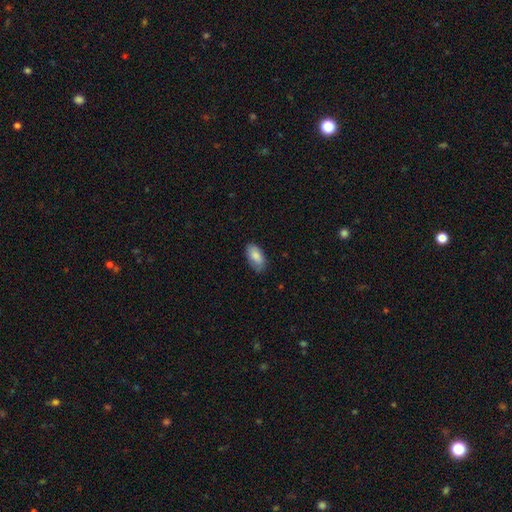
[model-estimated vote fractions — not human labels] Morphology: type=smooth (85%); roundness=in between (93%); merging=none (79%).